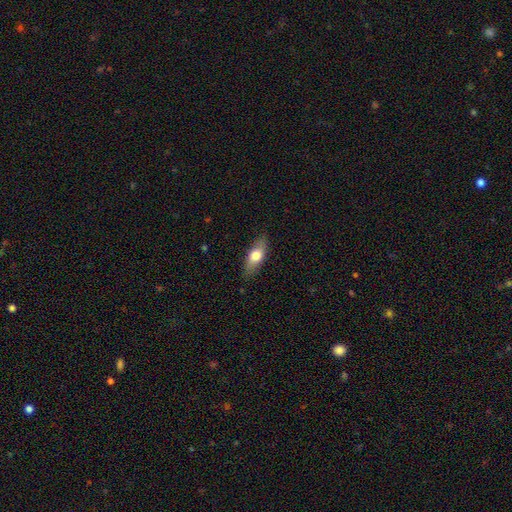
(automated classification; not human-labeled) A smooth galaxy with no disk features (67%) that is in between round and cigar-shaped (71%).

Vote fractions:
- Smooth or featured? smooth: 67% / featured or disk: 26% / star or artifact: 6%
- How rounded? in between: 71% / cigar-shaped: 25% / round: 4%
- Merging? none: 84% / minor disturbance: 12% / major disturbance: 3% / merger: 1%